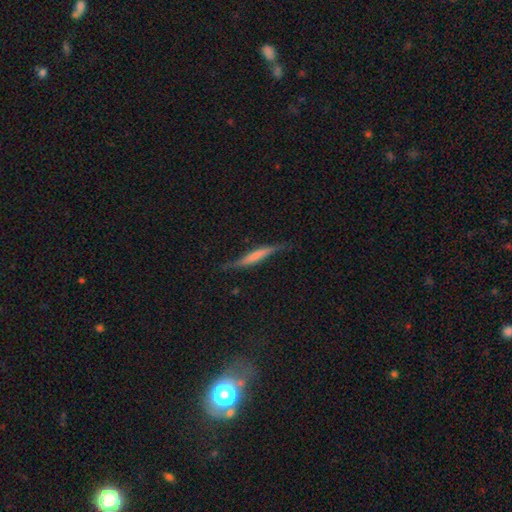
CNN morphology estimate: A smooth galaxy with no disk features (47%). Merging: none (66%).